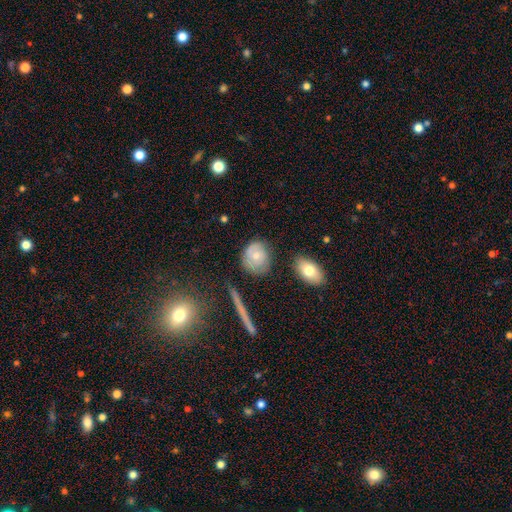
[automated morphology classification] This is possibly a smooth galaxy (59%). How rounded: likely round (68%). Merging: likely none (66%).